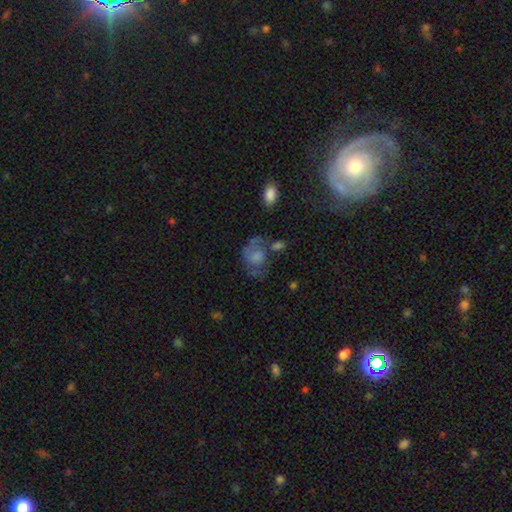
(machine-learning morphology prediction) The model was most divided on "merging" (2-way tie): major disturbance: 32%, none: 32%, minor disturbance: 22%, merger: 14%. Remaining: smooth or featured — smooth (48%).